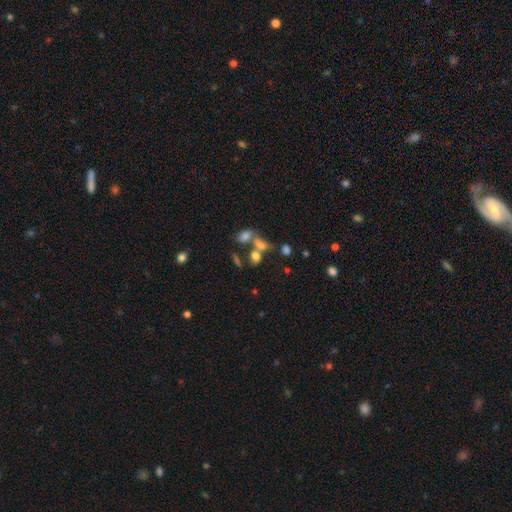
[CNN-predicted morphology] smooth_or_featured: smooth (p=0.65) [alt: star or artifact p=0.18]
how_rounded: in between (p=0.67) [alt: round p=0.27]
merging: merger (p=0.43) [alt: none p=0.36]